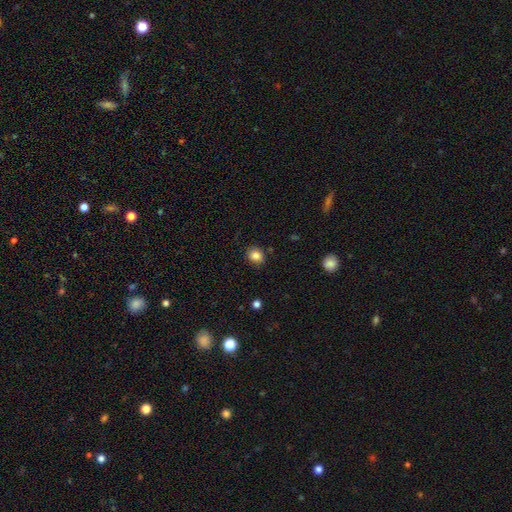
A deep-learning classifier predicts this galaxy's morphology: Overall: smooth (83%). How rounded: round (76%). Merging: none (86%).